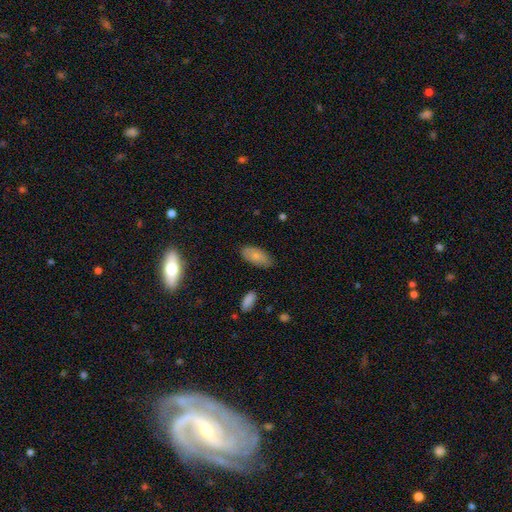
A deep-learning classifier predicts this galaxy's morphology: The model was most divided on "smooth or featured": smooth: 77%, featured or disk: 15%, star or artifact: 8%. More confident: how rounded — in between (91%); merging — none (82%).